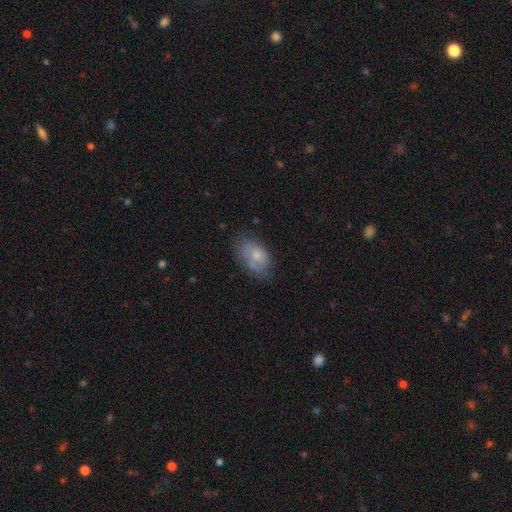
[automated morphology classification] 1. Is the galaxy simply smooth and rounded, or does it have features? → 68% smooth, 24% featured or disk, 8% star or artifact.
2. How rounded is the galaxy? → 91% in between, 7% round, 2% cigar-shaped.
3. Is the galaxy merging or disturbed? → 56% none, 27% minor disturbance, 10% major disturbance, 8% merger.